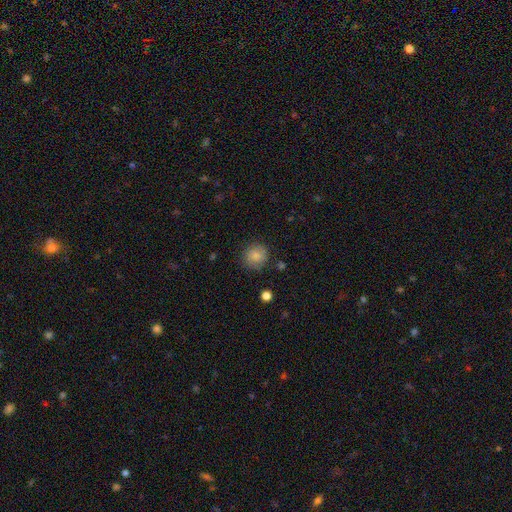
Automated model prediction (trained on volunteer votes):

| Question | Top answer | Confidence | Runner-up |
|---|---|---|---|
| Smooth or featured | smooth | 77% | featured or disk (14%) |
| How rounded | round | 90% | in between (9%) |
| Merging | none | 81% | minor disturbance (13%) |